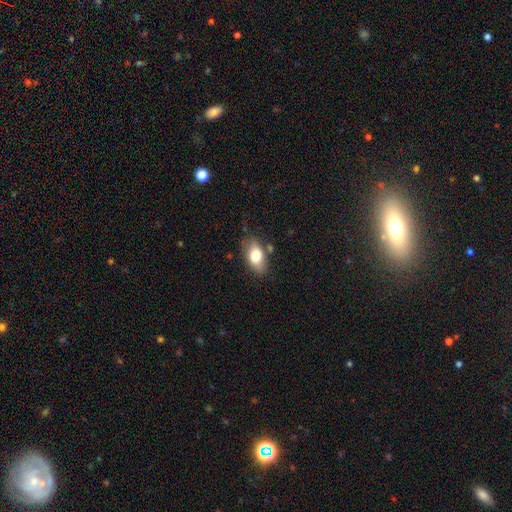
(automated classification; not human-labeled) Smooth or featured? smooth (75%)
How rounded? in between (88%)
Merging? none (75%)